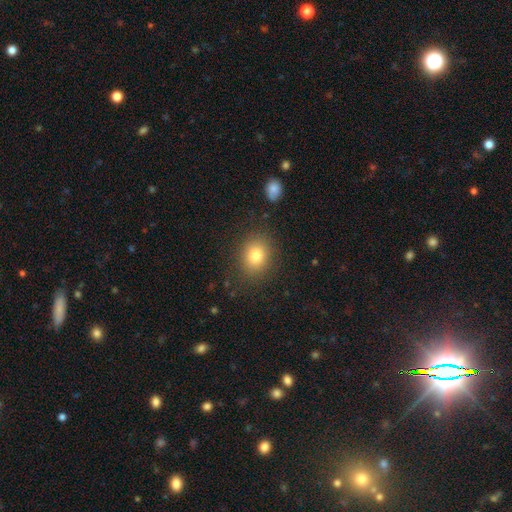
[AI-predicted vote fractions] Smooth or featured: smooth — 80% (star or artifact — 11%)
How rounded: round — 58% (in between — 42%)
Merging: none — 84% (minor disturbance — 10%)